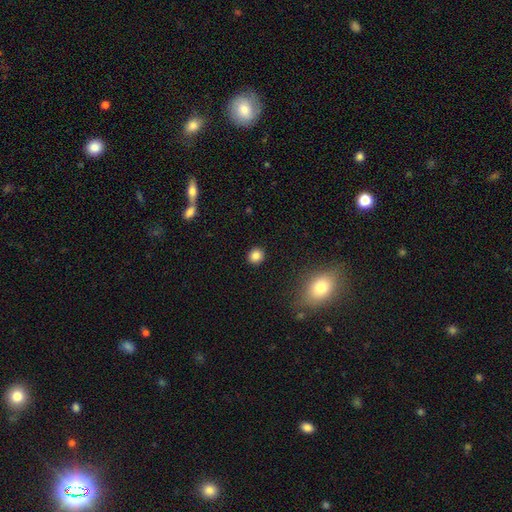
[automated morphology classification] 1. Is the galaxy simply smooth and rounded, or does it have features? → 84% smooth, 11% star or artifact, 5% featured or disk.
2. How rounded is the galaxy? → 84% round, 15% in between, 1% cigar-shaped.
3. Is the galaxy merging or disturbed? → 91% none, 6% minor disturbance, 2% major disturbance, 2% merger.